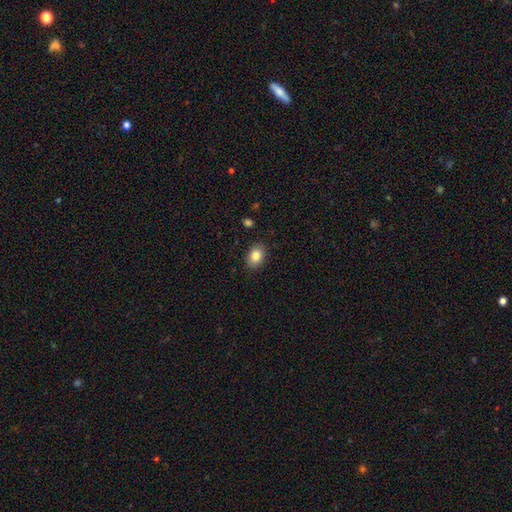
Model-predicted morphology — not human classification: Overall: smooth (84%). How rounded: in between (75%). Merging: none (88%).